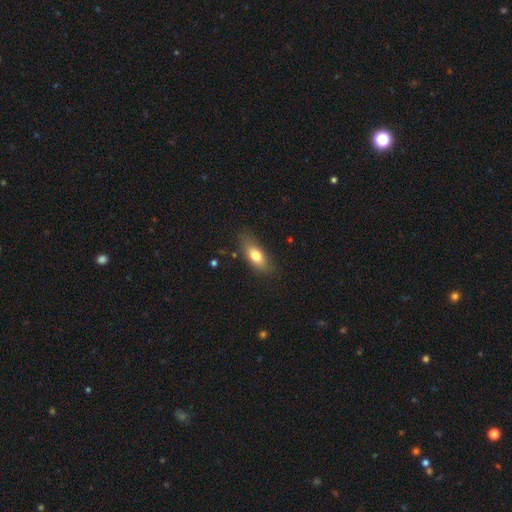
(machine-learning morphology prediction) Q: Smooth or featured?
A: smooth (75%); runner-up: featured or disk (18%)
Q: How rounded?
A: in between (78%); runner-up: cigar-shaped (17%)
Q: Merging?
A: none (75%); runner-up: minor disturbance (19%)